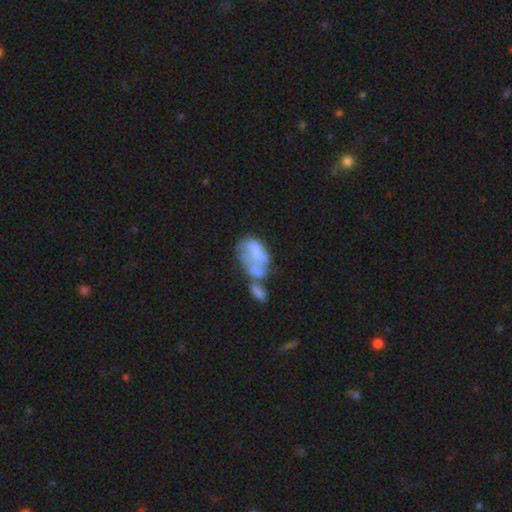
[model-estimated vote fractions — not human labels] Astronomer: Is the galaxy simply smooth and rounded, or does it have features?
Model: featured or disk — 45% (runner-up: smooth, 44%).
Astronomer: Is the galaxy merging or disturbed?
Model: merger — 48%.